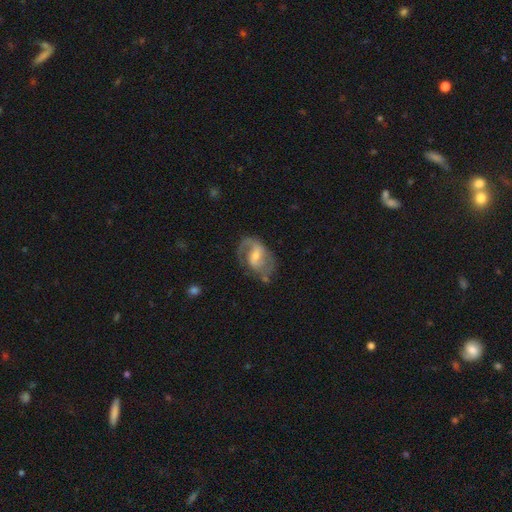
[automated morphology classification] smooth_or_featured: featured or disk (p=0.79) [alt: smooth p=0.15]
disk_edge_on: no (p=0.97) [alt: yes p=0.03]
bar: weak (p=0.52) [alt: no p=0.25]
has_spiral_arms: yes (p=0.90) [alt: no p=0.10]
spiral_winding: medium (p=0.51) [alt: loose p=0.27]
spiral_arm_count: 2 (p=0.69) [alt: 1 p=0.18]
bulge_size: moderate (p=0.44) [tied with: small p=0.44]
merging: none (p=0.58) [alt: minor disturbance p=0.22]